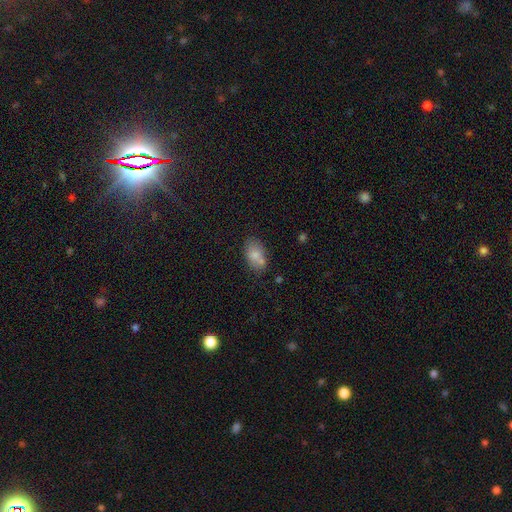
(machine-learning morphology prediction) Smooth or featured: smooth — 77% (featured or disk — 15%)
How rounded: in between — 89% (round — 8%)
Merging: none — 60% (merger — 18%)